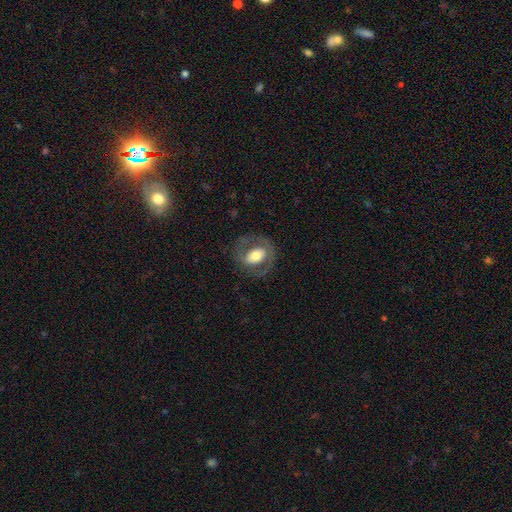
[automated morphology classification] A featured or disk galaxy (49%). Merging: none (69%).